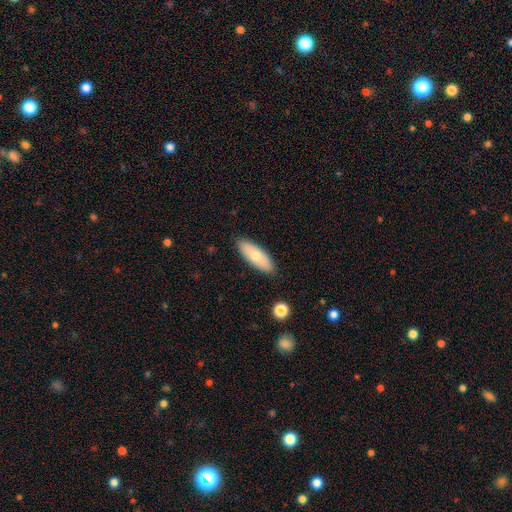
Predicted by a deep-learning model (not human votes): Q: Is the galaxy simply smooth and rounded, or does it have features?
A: smooth — 70%.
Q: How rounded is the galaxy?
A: in between — 71%.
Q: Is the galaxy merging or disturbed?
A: none — 87%.